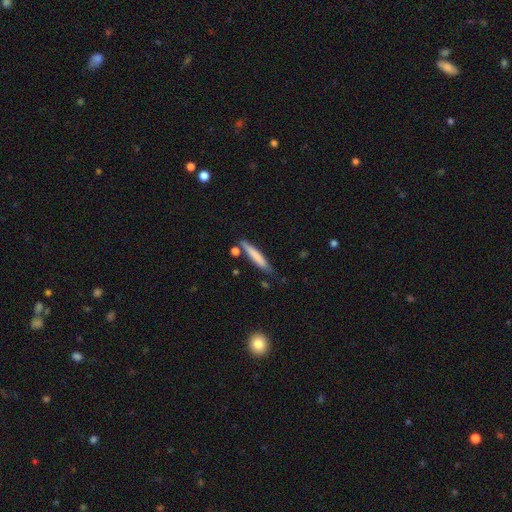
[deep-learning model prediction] Q: Smooth or featured?
A: smooth (72%); runner-up: featured or disk (22%)
Q: How rounded?
A: cigar-shaped (92%); runner-up: in between (6%)
Q: Merging?
A: none (73%); runner-up: minor disturbance (16%)